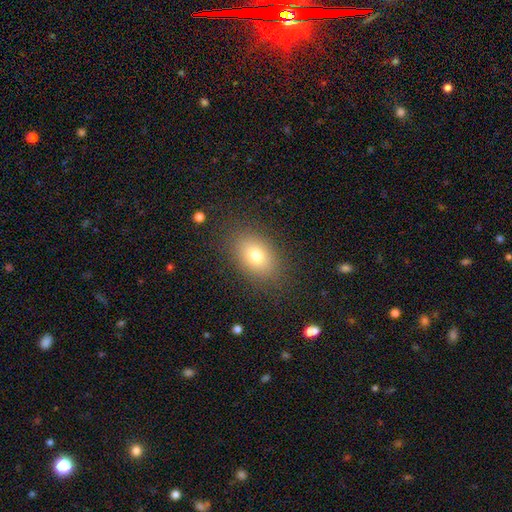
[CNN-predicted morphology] smooth_or_featured: smooth (p=0.76) [alt: featured or disk p=0.13]
how_rounded: in between (p=0.78) [alt: round p=0.21]
merging: none (p=0.84) [alt: minor disturbance p=0.10]